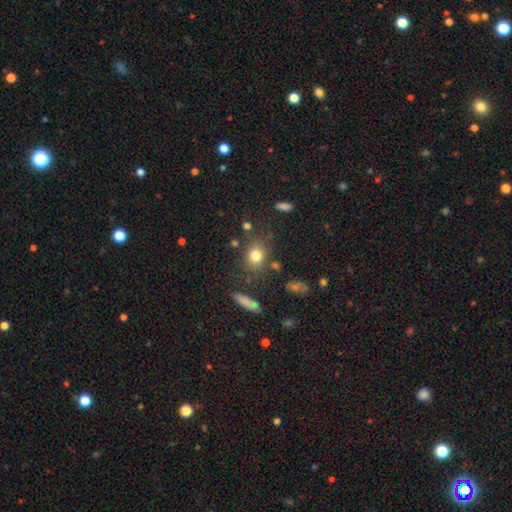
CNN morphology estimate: smooth 78%, star or artifact 12%, featured or disk 10%. Down the decision tree: how rounded — in between (49%); merging — none (75%).